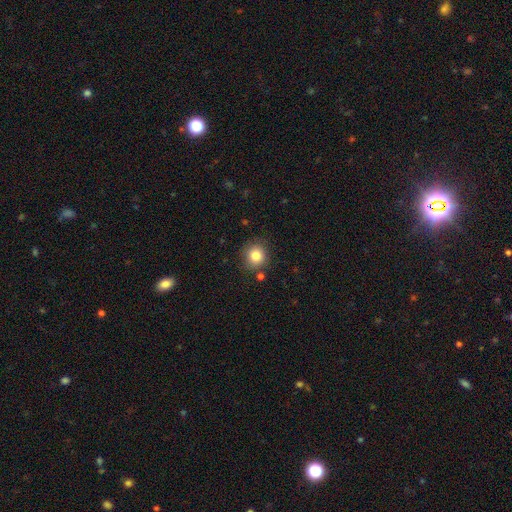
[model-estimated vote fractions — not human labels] Smooth or featured? Predicted: smooth (p=0.83). How rounded? Predicted: round (p=0.90). Merging? Predicted: none (p=0.84).